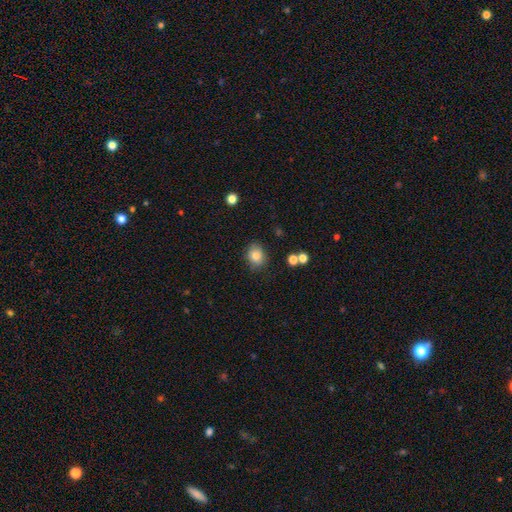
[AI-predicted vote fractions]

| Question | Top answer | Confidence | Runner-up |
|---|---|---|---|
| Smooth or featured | smooth | 82% | star or artifact (10%) |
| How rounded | round | 57% | in between (42%) |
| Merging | none | 82% | minor disturbance (12%) |